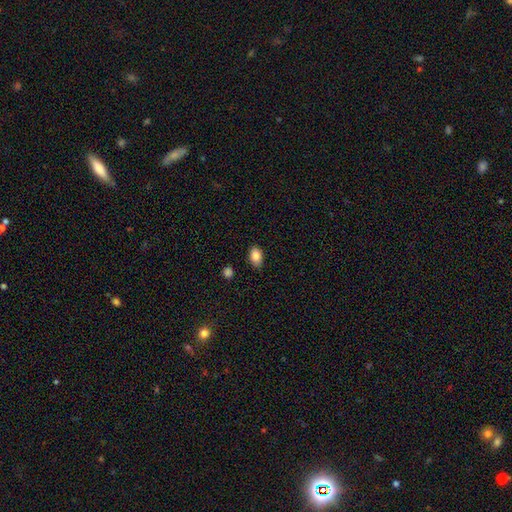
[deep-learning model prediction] A smooth galaxy with no disk features (86%) that is in between round and cigar-shaped (89%).

Vote fractions:
- Smooth or featured? smooth: 86% / star or artifact: 8% / featured or disk: 6%
- How rounded? in between: 89% / round: 10% / cigar-shaped: 1%
- Merging? none: 85% / minor disturbance: 11% / major disturbance: 2% / merger: 2%